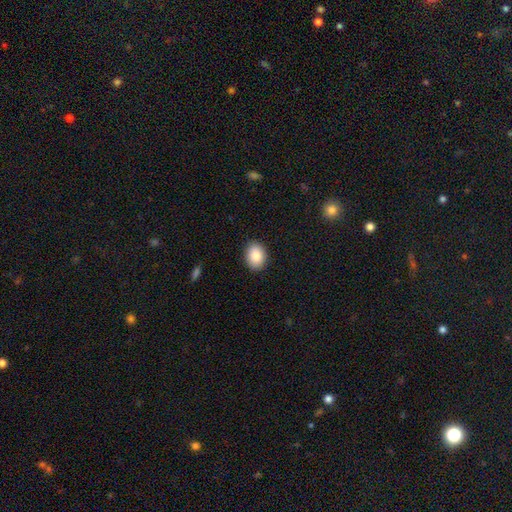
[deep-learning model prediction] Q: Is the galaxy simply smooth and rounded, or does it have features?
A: smooth — 87%.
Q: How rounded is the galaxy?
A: in between — 70%.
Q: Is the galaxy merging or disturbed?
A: none — 89%.